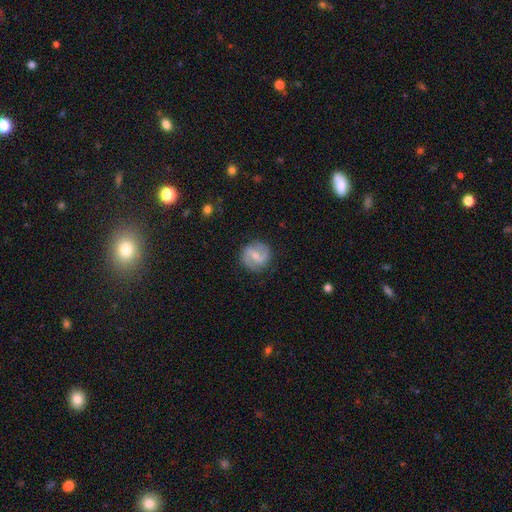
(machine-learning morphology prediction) This appears to be a featured or disk galaxy (71%) with a weak bar (54%), 2 (91%) medium (48%) spiral arms (91%) and a small central bulge (53%). Merging: none (85%).